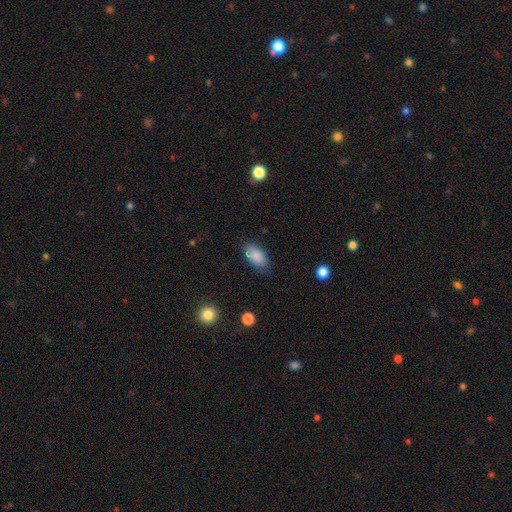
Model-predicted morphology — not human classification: A smooth galaxy with no disk features (88%) that is in between round and cigar-shaped (93%). Merging: none (80%).